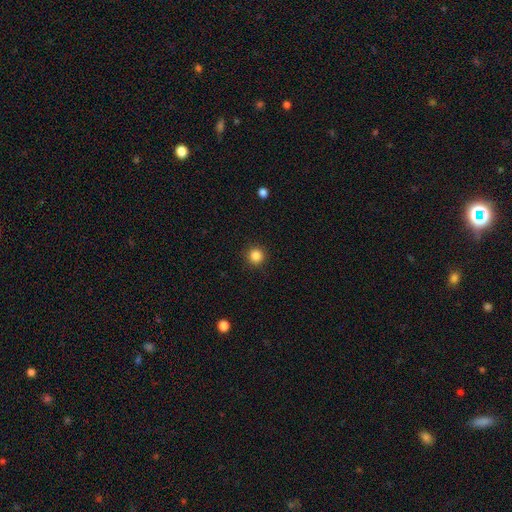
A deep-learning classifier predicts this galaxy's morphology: A smooth galaxy with no disk features (86%) that is round (95%). Merging: none (91%).